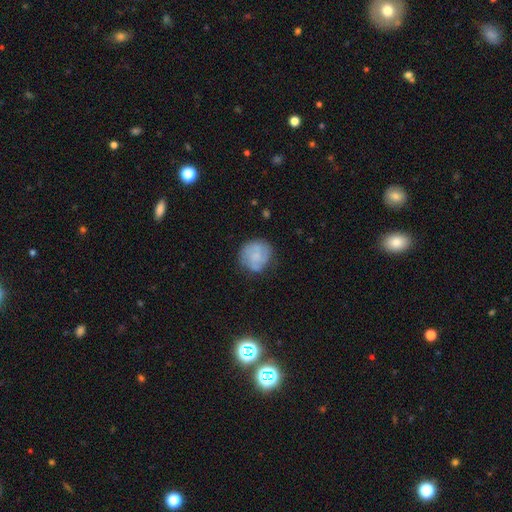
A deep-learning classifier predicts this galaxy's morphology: Smooth or featured? Predicted: smooth (p=0.55). How rounded? Predicted: round (p=0.85). Merging? Predicted: none (p=0.72).